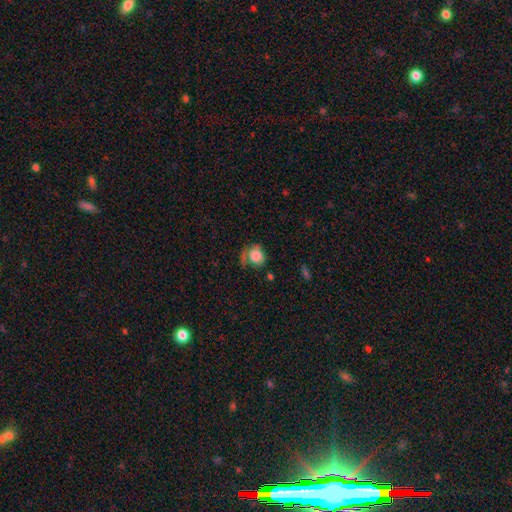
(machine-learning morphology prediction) Smooth or featured: smooth — 75% (featured or disk — 15%)
How rounded: round — 75% (in between — 24%)
Merging: none — 45% (minor disturbance — 24%)